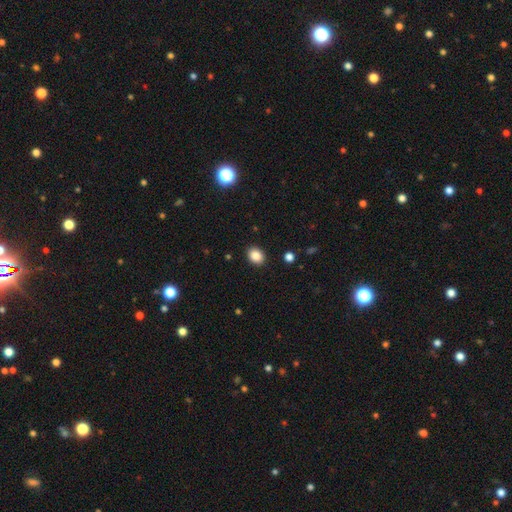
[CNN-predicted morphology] A smooth galaxy with no disk features (86%) that is in between round and cigar-shaped (51%).

Vote fractions:
- Smooth or featured? smooth: 86% / star or artifact: 9% / featured or disk: 4%
- How rounded? in between: 51% / round: 48% / cigar-shaped: 1%
- Merging? none: 90% / minor disturbance: 6% / major disturbance: 2% / merger: 1%